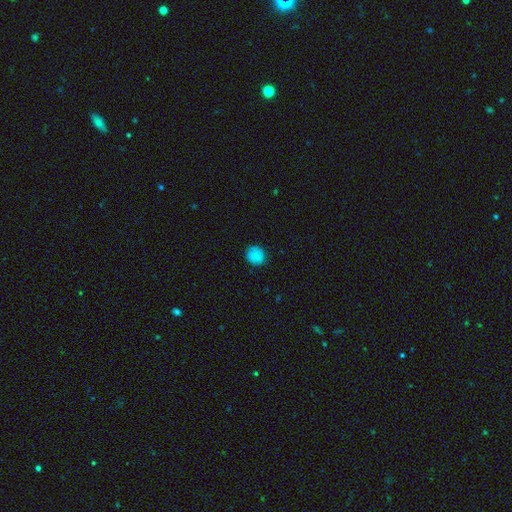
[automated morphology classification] This appears to be a smooth galaxy with no disk features (81%) that is round (82%). Merging: none (85%).